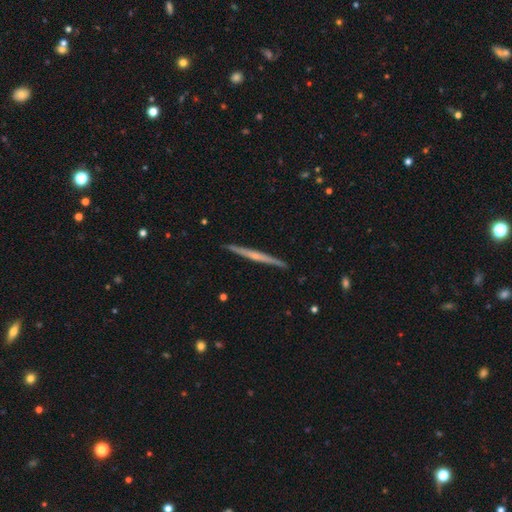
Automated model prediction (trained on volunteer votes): smooth_or_featured: featured or disk (p=0.69) [alt: smooth p=0.26]
disk_edge_on: yes (p=0.98) [alt: no p=0.02]
edge_on_bulge: none (p=0.49) [alt: rounded p=0.46]
merging: none (p=0.91) [alt: minor disturbance p=0.06]